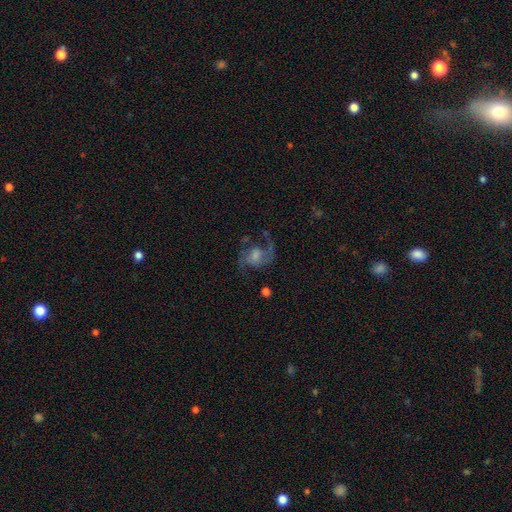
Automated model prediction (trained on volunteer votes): featured or disk 77%, smooth 15%, star or artifact 8%. Down the decision tree: edge-on disk — no (98%); bar — weak (46%); spiral arms — yes (93%); spiral arm count — 2 (86%); spiral winding — loose (46%); bulge size — moderate (34%); merging — none (58%).